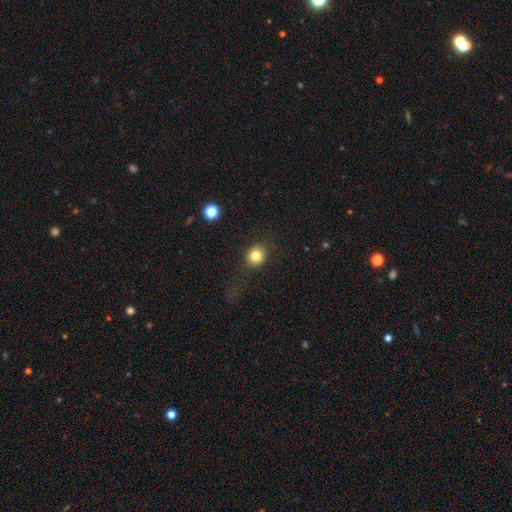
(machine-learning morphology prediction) smooth 81%, star or artifact 11%, featured or disk 8%. Down the decision tree: how rounded — round (81%); merging — none (81%).